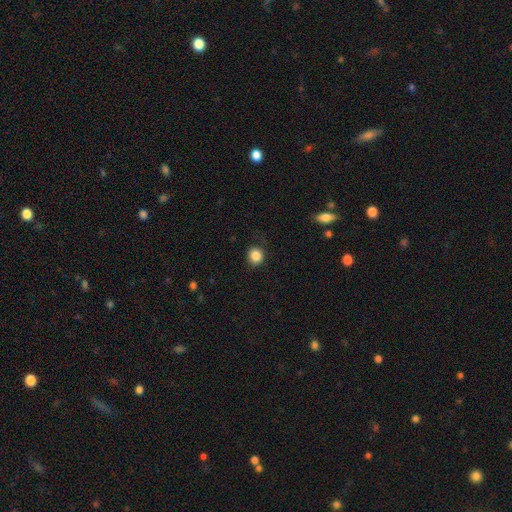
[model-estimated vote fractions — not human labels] Smooth or featured? smooth (85%)
How rounded? round (86%)
Merging? none (85%)